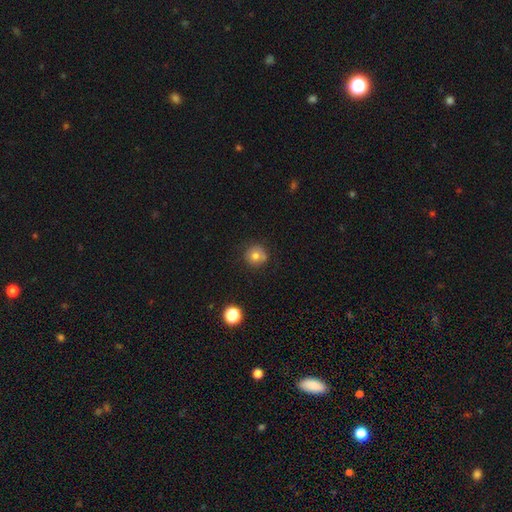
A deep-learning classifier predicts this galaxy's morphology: This is likely a smooth galaxy (75%). How rounded: clearly round (92%). Merging: likely none (77%).